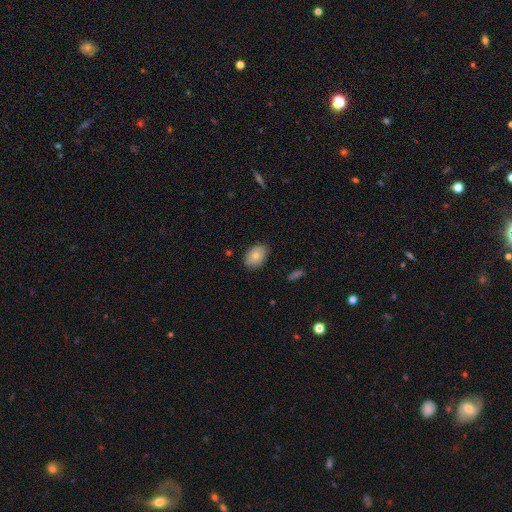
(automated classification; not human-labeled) A smooth galaxy with no disk features (75%) that is in between round and cigar-shaped (81%).

Vote fractions:
- Smooth or featured? smooth: 75% / featured or disk: 17% / star or artifact: 8%
- How rounded? in between: 81% / round: 18% / cigar-shaped: 1%
- Merging? none: 83% / minor disturbance: 13% / major disturbance: 2% / merger: 1%